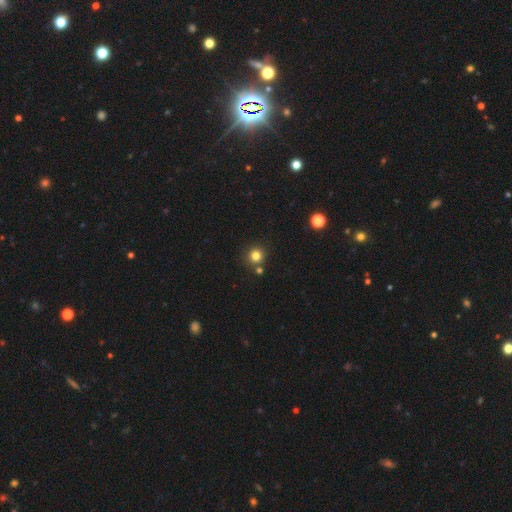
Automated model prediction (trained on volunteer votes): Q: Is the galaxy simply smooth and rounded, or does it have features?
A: smooth — 80%.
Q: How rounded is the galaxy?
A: round — 94%.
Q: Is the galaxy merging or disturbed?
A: none — 80%.